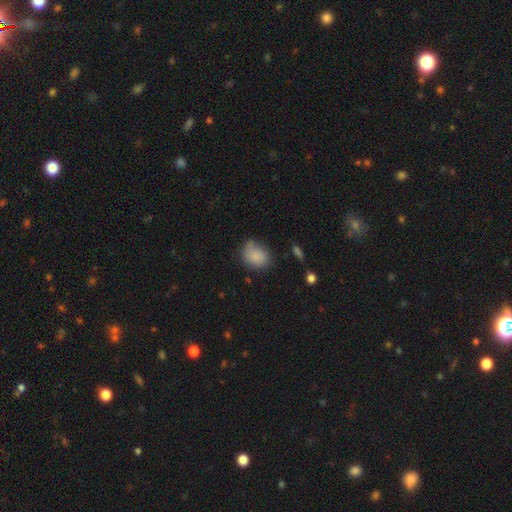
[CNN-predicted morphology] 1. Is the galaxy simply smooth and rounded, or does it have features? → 83% smooth, 9% featured or disk, 8% star or artifact.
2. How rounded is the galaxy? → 53% round, 46% in between, 1% cigar-shaped.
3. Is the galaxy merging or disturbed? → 60% none, 27% minor disturbance, 8% major disturbance, 6% merger.